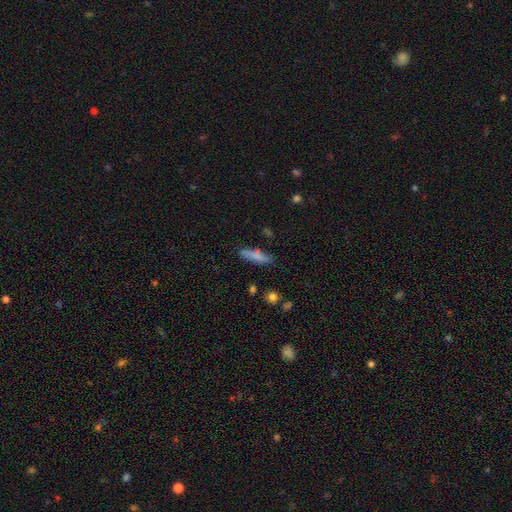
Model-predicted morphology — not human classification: Q: Smooth or featured?
A: smooth (77%); runner-up: featured or disk (15%)
Q: How rounded?
A: cigar-shaped (68%); runner-up: in between (29%)
Q: Merging?
A: none (73%); runner-up: minor disturbance (18%)